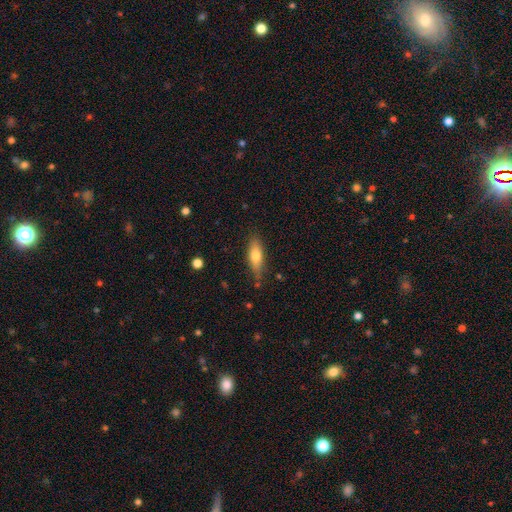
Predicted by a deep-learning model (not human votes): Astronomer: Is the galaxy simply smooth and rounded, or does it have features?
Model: smooth — 69%.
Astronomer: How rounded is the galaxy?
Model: in between — 54% (runner-up: cigar-shaped, 43%).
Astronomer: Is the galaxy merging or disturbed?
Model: none — 78%.